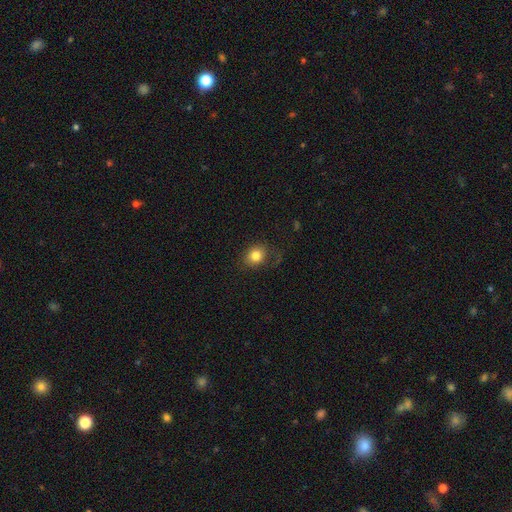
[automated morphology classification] The model was most divided on "how rounded": round: 60%, in between: 40%, cigar-shaped: 1%. More confident: smooth or featured — smooth (82%); merging — none (71%).